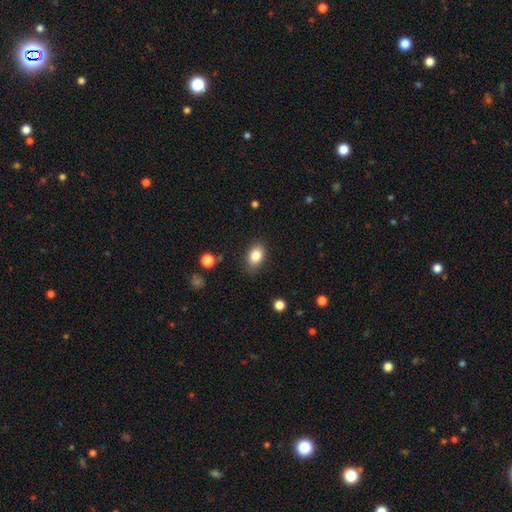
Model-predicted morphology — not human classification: Smooth or featured: smooth — 84% (star or artifact — 9%)
How rounded: in between — 76% (round — 22%)
Merging: none — 79% (minor disturbance — 16%)